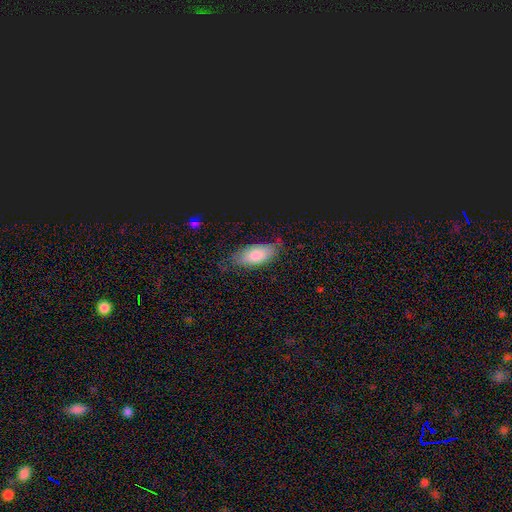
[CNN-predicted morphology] A smooth galaxy with no disk features (79%) that is in between round and cigar-shaped (87%). Merging: none (71%).